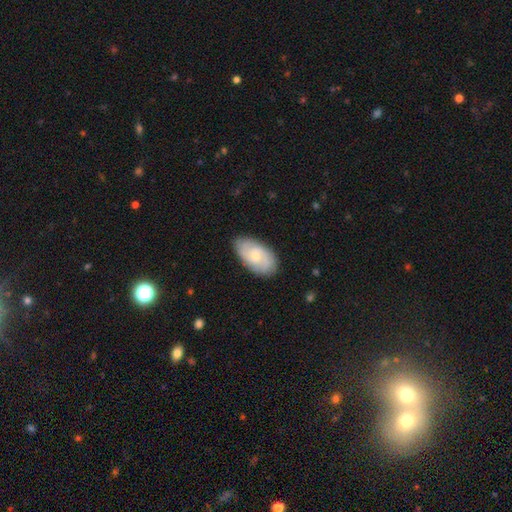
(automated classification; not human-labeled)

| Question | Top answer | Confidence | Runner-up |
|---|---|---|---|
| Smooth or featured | featured or disk | 59% | smooth (35%) |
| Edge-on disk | no | 95% | yes (5%) |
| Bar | no | 71% | weak (26%) |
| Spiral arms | yes | 89% | no (11%) |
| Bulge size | small | 63% | moderate (33%) |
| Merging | none | 81% | minor disturbance (15%) |